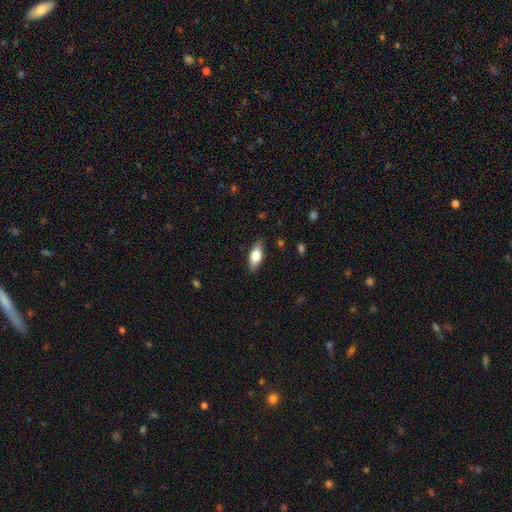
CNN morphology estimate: A smooth galaxy with no disk features (70%) that is in between round and cigar-shaped (78%).

Vote fractions:
- Smooth or featured? smooth: 70% / featured or disk: 24% / star or artifact: 6%
- How rounded? in between: 78% / cigar-shaped: 19% / round: 3%
- Merging? none: 87% / minor disturbance: 10% / major disturbance: 2% / merger: 1%